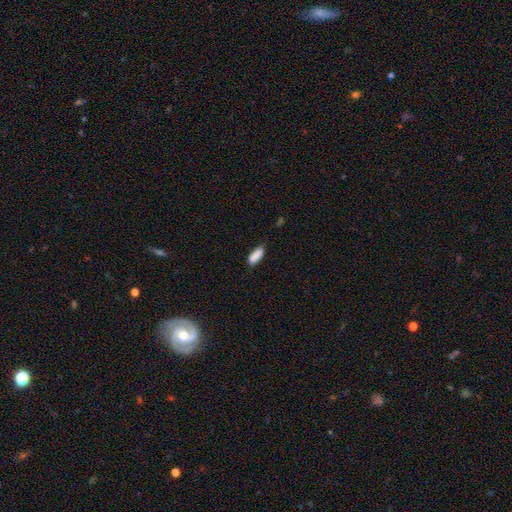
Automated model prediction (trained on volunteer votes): Morphology: type=smooth (89%); roundness=in between (63%); merging=none (78%).